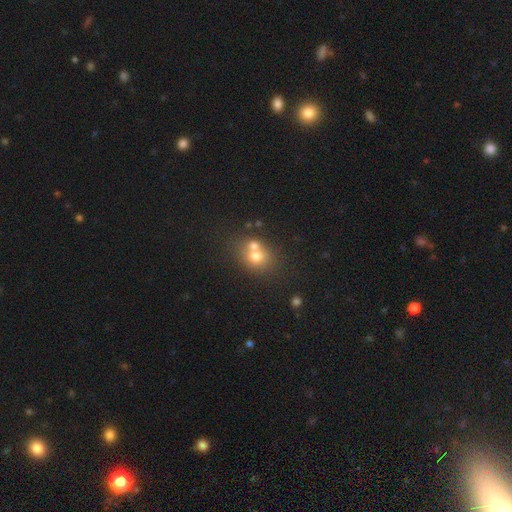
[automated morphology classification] Q: Smooth or featured?
A: smooth (68%); runner-up: featured or disk (19%)
Q: How rounded?
A: round (67%); runner-up: in between (32%)
Q: Merging?
A: merger (47%); runner-up: none (41%)